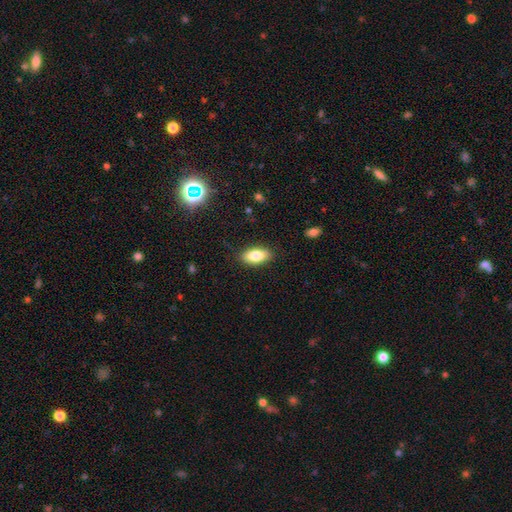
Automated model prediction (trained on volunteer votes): A smooth galaxy with no disk features (80%) that is in between round and cigar-shaped (87%). Merging: none (87%).